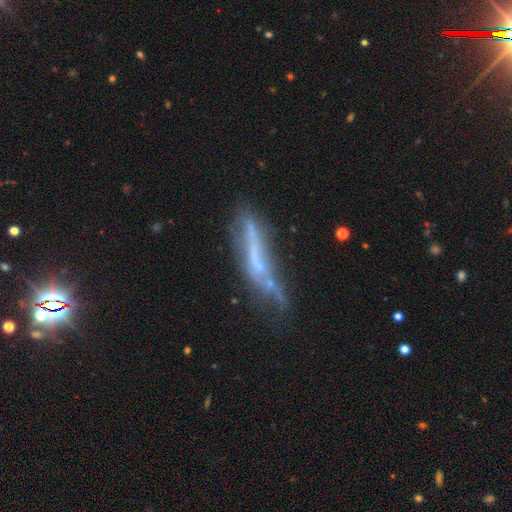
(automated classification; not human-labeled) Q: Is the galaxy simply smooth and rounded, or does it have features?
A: featured or disk — 61%.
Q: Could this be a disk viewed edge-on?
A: yes — 56%.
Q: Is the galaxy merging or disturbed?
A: none — 38%.